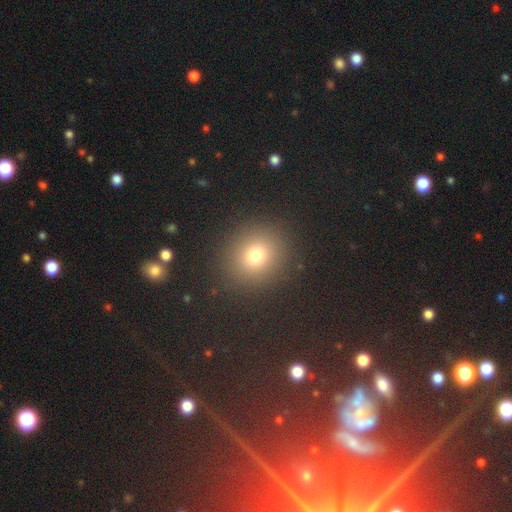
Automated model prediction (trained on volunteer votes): The model was most divided on "smooth or featured": smooth: 74%, star or artifact: 18%, featured or disk: 8%. More confident: merging — none (89%); how rounded — round (81%).